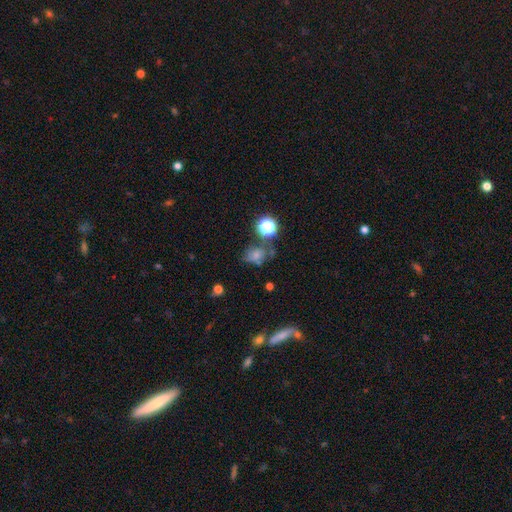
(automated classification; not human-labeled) smooth 44%, star or artifact 37%, featured or disk 20%. Down the decision tree: merging — none (63%).